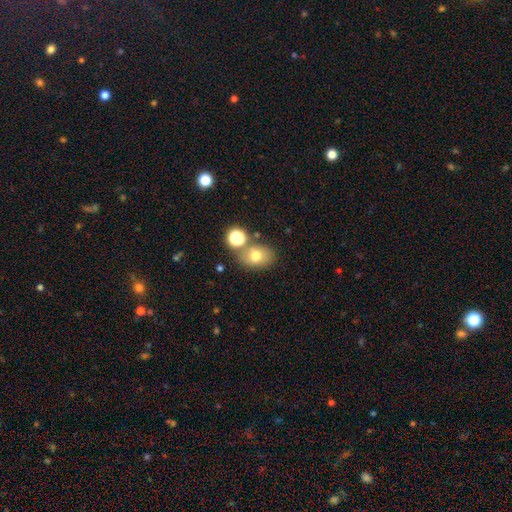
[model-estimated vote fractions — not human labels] Smooth or featured? Predicted: smooth (p=0.71). How rounded? Predicted: in between (p=0.59). Merging? Predicted: none (p=0.65).